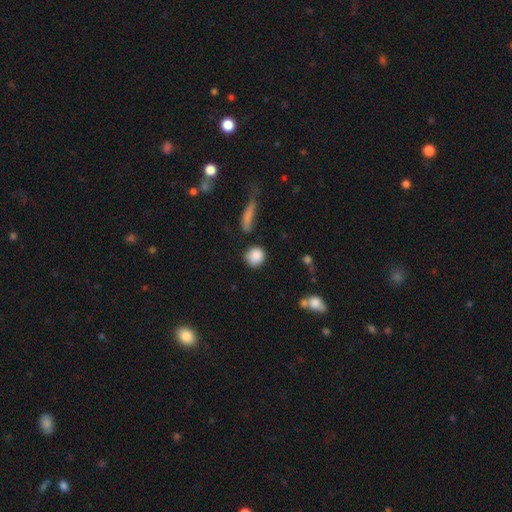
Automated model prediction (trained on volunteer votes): A smooth galaxy with no disk features (88%) that is round (88%).

Vote fractions:
- Smooth or featured? smooth: 88% / star or artifact: 8% / featured or disk: 5%
- How rounded? round: 88% / in between: 10% / cigar-shaped: 2%
- Merging? none: 80% / minor disturbance: 11% / merger: 5% / major disturbance: 4%